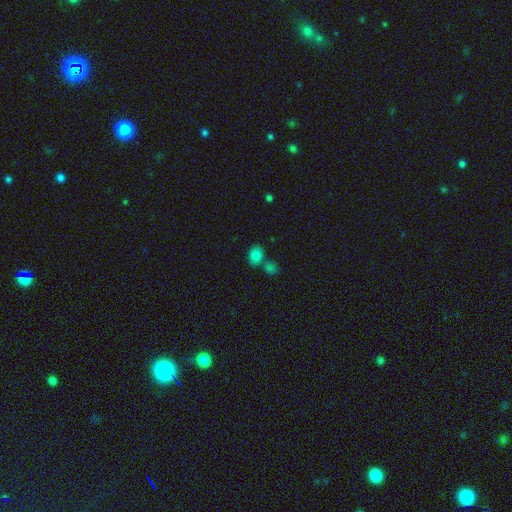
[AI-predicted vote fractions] smooth-or-featured: smooth: 81% | star or artifact: 11% | featured or disk: 7%
  how-rounded: in between: 58% | round: 41% | cigar-shaped: 1%
  merging: none: 56% | merger: 28% | minor disturbance: 12% | major disturbance: 4%